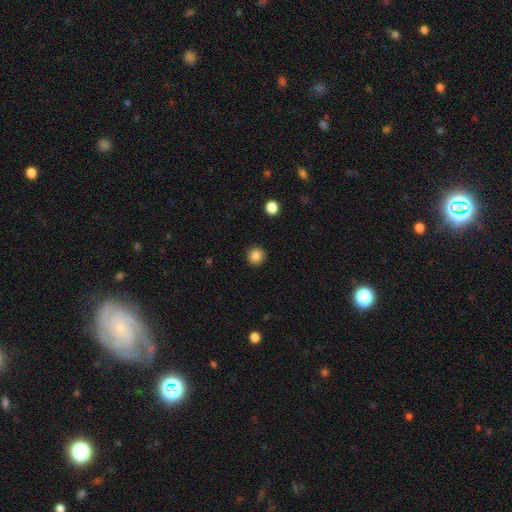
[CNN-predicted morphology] This appears to be a smooth galaxy with no disk features (85%) that is round (93%). Merging: none (92%).